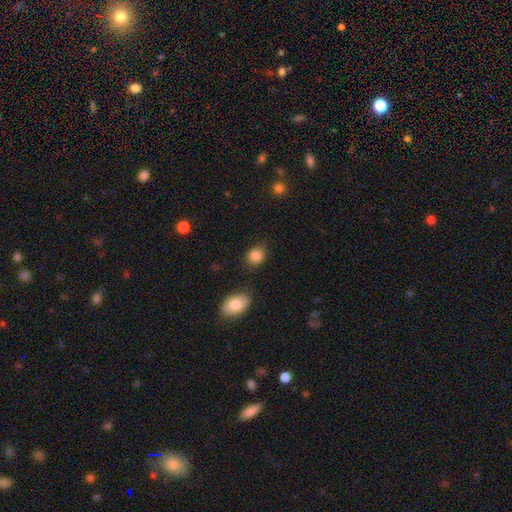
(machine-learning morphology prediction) Smooth or featured: smooth — 85% (star or artifact — 9%)
How rounded: round — 55% (in between — 44%)
Merging: none — 77% (minor disturbance — 15%)